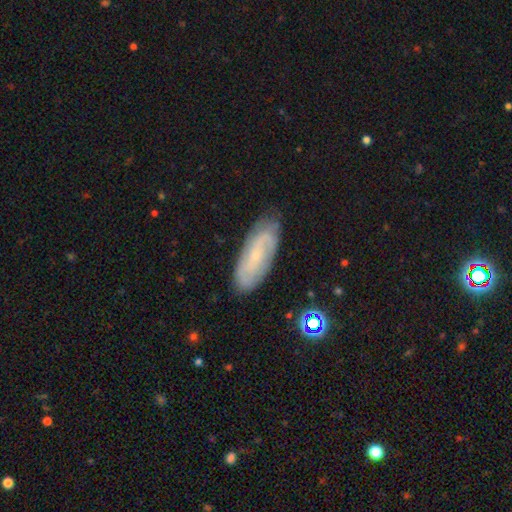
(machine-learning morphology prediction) The model was most divided on "bar": no: 55%, weak: 36%, strong: 10%. More confident: edge-on disk — no (88%); spiral arms — yes (84%); merging — none (80%); bulge size — small (77%); smooth or featured — featured or disk (60%).